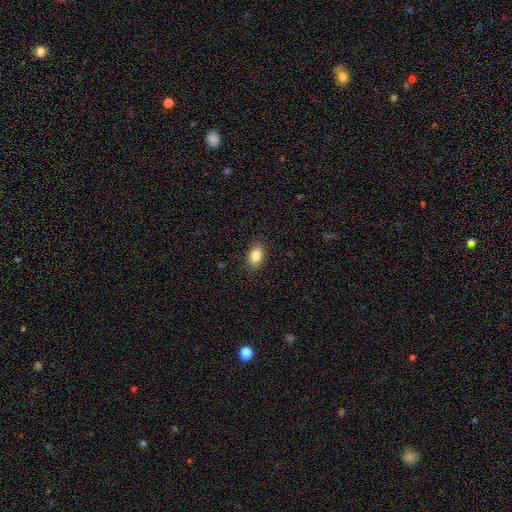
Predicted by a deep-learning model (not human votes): Q: Smooth or featured?
A: smooth (84%); runner-up: star or artifact (9%)
Q: How rounded?
A: in between (86%); runner-up: round (12%)
Q: Merging?
A: none (88%); runner-up: minor disturbance (9%)